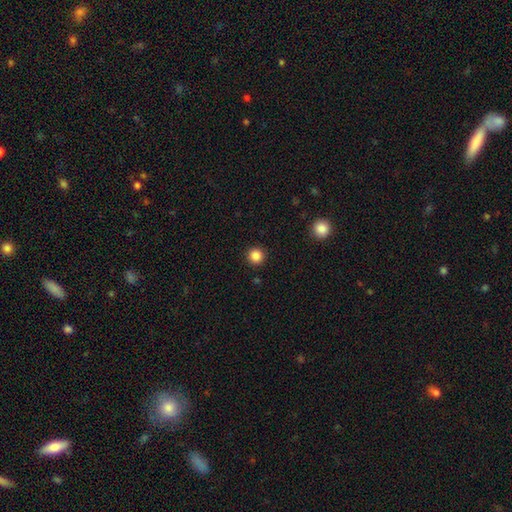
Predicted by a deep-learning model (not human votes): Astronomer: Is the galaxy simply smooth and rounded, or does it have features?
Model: smooth — 85%.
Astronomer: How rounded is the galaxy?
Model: round — 96%.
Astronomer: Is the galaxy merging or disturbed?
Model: none — 92%.